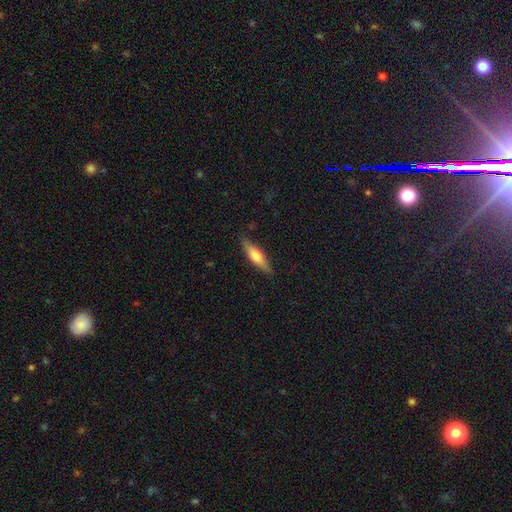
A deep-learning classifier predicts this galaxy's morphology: A smooth galaxy with no disk features (61%) that is cigar-shaped (66%).

Vote fractions:
- Smooth or featured? smooth: 61% / featured or disk: 33% / star or artifact: 5%
- How rounded? cigar-shaped: 66% / in between: 32% / round: 2%
- Merging? none: 83% / minor disturbance: 13% / major disturbance: 3% / merger: 1%